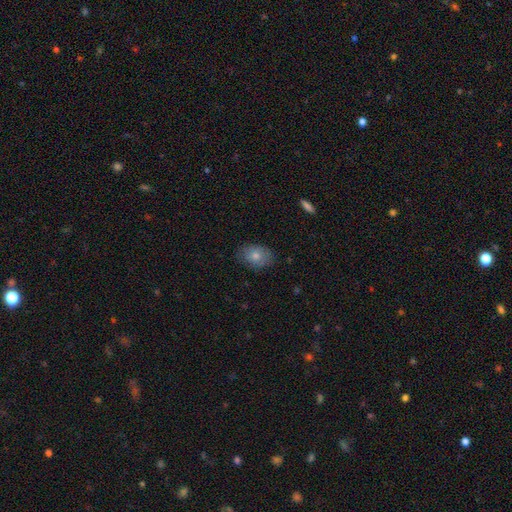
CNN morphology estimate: smooth_or_featured: smooth (p=0.78) [alt: featured or disk p=0.15]
how_rounded: in between (p=0.75) [alt: round p=0.24]
merging: none (p=0.80) [alt: minor disturbance p=0.16]